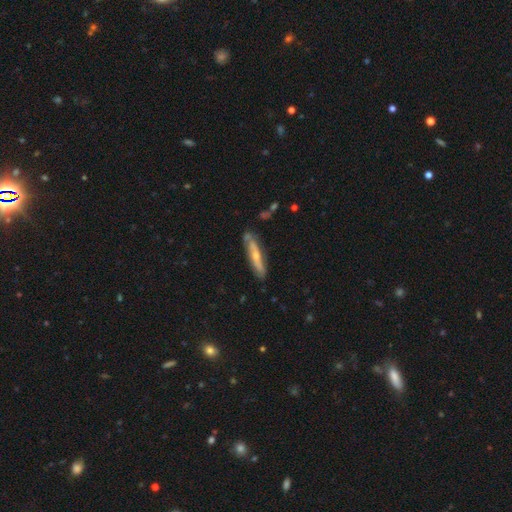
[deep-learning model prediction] Q: Smooth or featured?
A: featured or disk (54%); runner-up: smooth (40%)
Q: Edge-on disk?
A: yes (69%); runner-up: no (31%)
Q: Merging?
A: none (76%); runner-up: minor disturbance (18%)